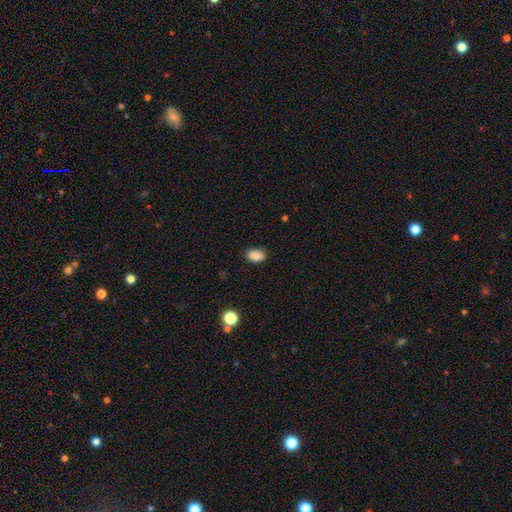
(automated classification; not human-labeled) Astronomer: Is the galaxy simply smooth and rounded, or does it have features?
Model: smooth — 88%.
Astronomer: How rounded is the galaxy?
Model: in between — 83%.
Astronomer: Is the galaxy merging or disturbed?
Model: none — 88%.